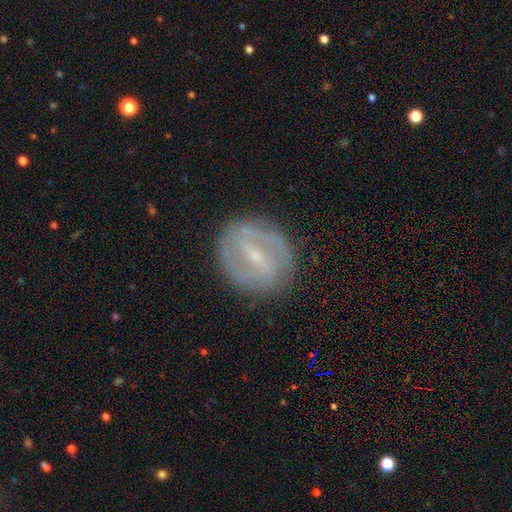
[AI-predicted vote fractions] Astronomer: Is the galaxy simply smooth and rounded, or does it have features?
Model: featured or disk — 80%.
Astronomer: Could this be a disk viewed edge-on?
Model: no — 94%.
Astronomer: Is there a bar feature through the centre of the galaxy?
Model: strong — 60%.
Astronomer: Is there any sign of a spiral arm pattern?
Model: yes — 80%.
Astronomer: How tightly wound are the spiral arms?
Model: tight — 47% (runner-up: medium, 37%).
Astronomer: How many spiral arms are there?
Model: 2 — 75%.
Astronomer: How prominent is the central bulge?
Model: small — 75%.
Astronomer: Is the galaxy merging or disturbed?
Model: none — 83%.